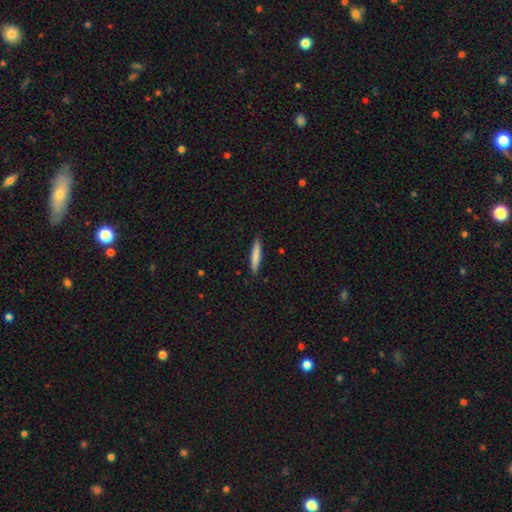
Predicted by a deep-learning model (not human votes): This appears to be a smooth galaxy with no disk features (79%) that is cigar-shaped (93%). Merging: none (89%).